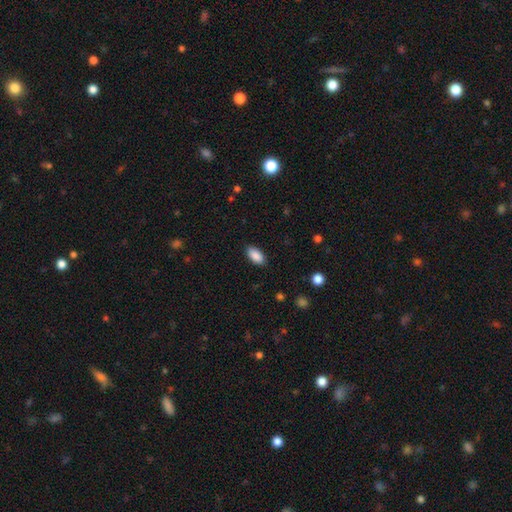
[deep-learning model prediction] A smooth galaxy with no disk features (89%) that is in between round and cigar-shaped (93%).

Vote fractions:
- Smooth or featured? smooth: 89% / star or artifact: 7% / featured or disk: 4%
- How rounded? in between: 93% / cigar-shaped: 4% / round: 2%
- Merging? none: 88% / minor disturbance: 9% / major disturbance: 2% / merger: 1%